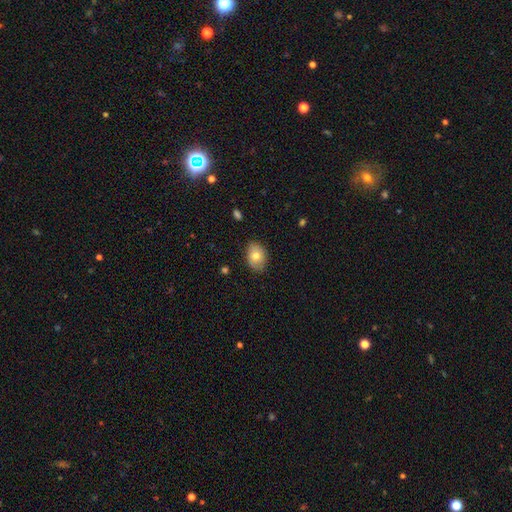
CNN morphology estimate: Smooth or featured: smooth — 72% (featured or disk — 21%)
How rounded: in between — 79% (round — 20%)
Merging: none — 80% (minor disturbance — 16%)